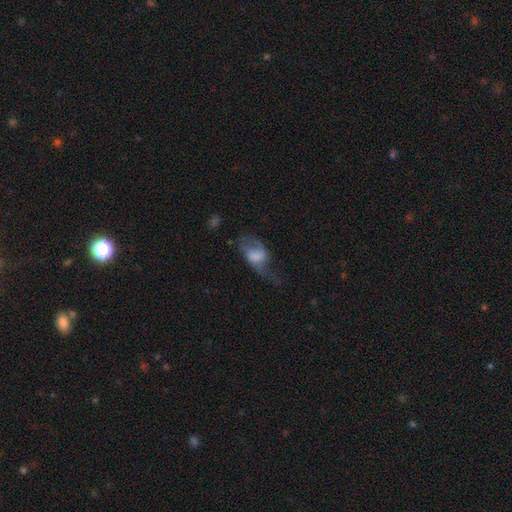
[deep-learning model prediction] The model was most divided on "smooth or featured": smooth: 49%, featured or disk: 42%, star or artifact: 9%. More confident: merging — major disturbance (51%).